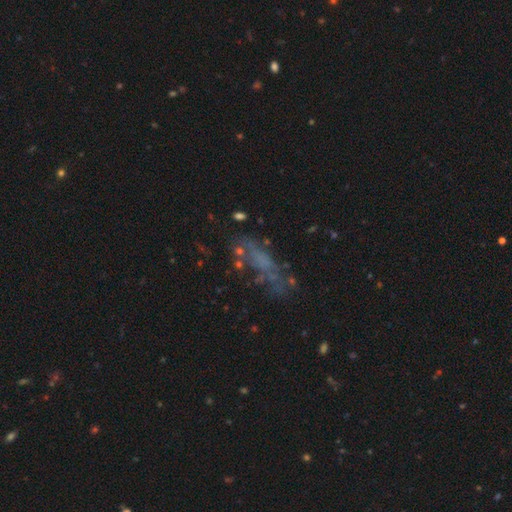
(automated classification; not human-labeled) Morphology: type=featured or disk (48%); merging=none (51%).